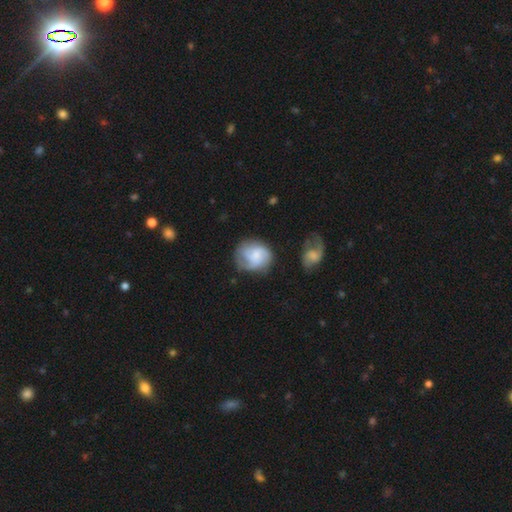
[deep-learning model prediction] Overall: featured or disk (51%; smooth 41%). Edge-on disk: no (98%). Bar: no (65%; weak 30%). Spiral arms: yes (89%). Bulge size: small (36%; none 27%). Merging: none (62%; minor disturbance 23%).